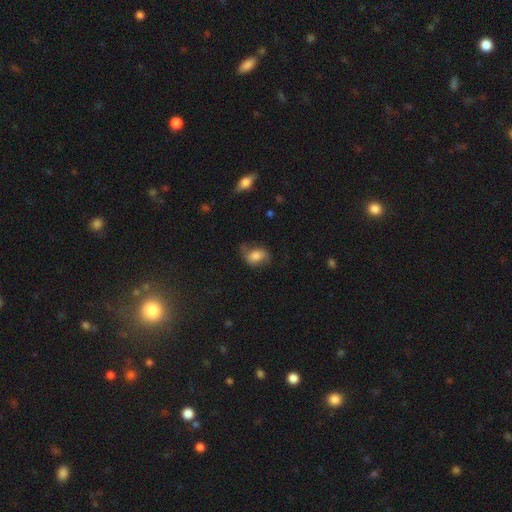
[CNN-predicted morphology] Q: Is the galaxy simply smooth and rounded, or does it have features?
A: smooth — 65%.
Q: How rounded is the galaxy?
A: in between — 78%.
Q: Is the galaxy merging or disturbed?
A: none — 53%.